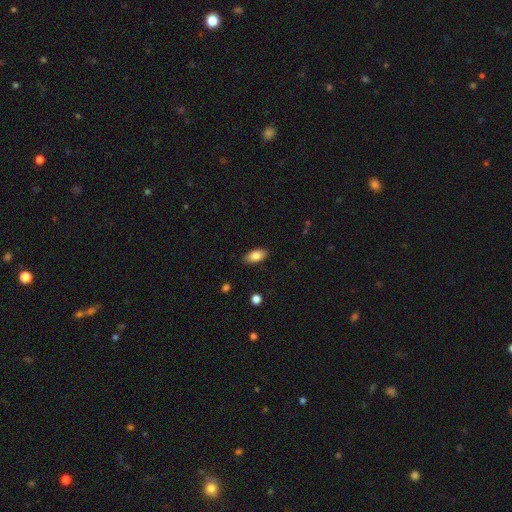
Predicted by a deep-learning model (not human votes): Morphology: type=smooth (85%); roundness=in between (92%); merging=none (87%).